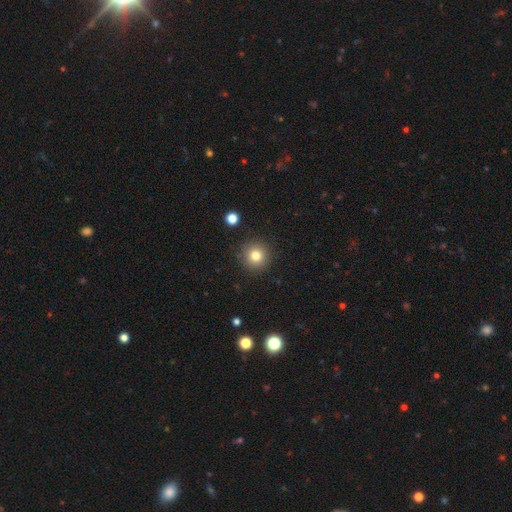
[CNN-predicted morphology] smooth-or-featured: smooth: 80% | star or artifact: 13% | featured or disk: 8%
  how-rounded: round: 95% | in between: 4% | cigar-shaped: 1%
  merging: none: 90% | minor disturbance: 6% | major disturbance: 2% | merger: 2%